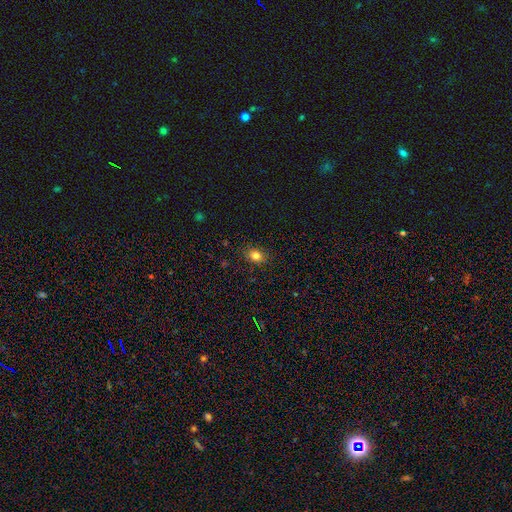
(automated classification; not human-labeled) A smooth galaxy with no disk features (81%) that is in between round and cigar-shaped (54%). Merging: none (86%).